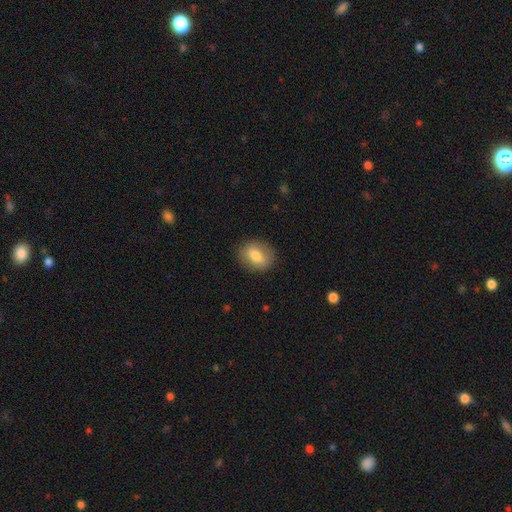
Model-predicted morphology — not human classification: smooth 76%, featured or disk 16%, star or artifact 8%. Down the decision tree: how rounded — in between (57%); merging — none (85%).